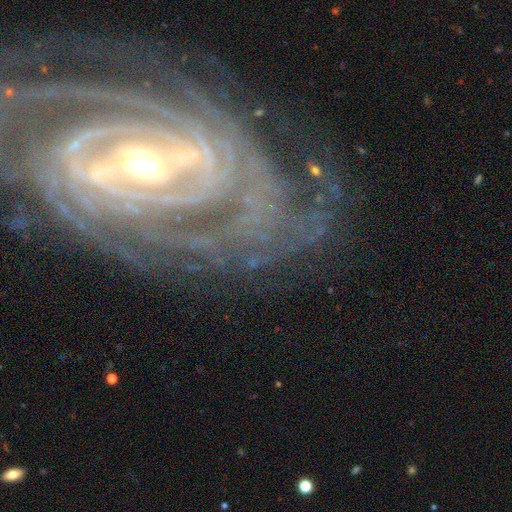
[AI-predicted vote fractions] Smooth or featured?
  - featured or disk: 89% *
  - star or artifact: 7%
  - smooth: 4%
Edge-on disk?
  - no: 95% *
  - yes: 5%
Bar?
  - strong: 44% *
  - weak: 30%
  - no: 25%
Spiral arms?
  - yes: 96% *
  - no: 4%
Spiral winding?
  - tight: 78% *
  - medium: 18%
  - loose: 4%
Spiral arm count?
  - can't tell: 27% *
  - more than 4: 18%
  - 4: 17%
  - 3: 15%
  - 2: 15%
  - 1: 8%
Bulge size?
  - moderate: 54% *
  - small: 40%
  - large: 4%
  - dominant: 1%
  - none: 1%
Merging?
  - none: 71% *
  - minor disturbance: 17%
  - major disturbance: 10%
  - merger: 2%